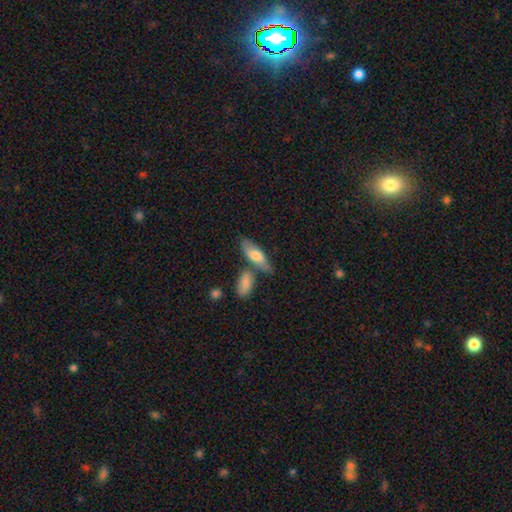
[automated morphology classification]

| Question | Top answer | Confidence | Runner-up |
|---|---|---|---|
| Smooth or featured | smooth | 68% | featured or disk (27%) |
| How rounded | in between | 67% | cigar-shaped (30%) |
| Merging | none | 53% | merger (25%) |